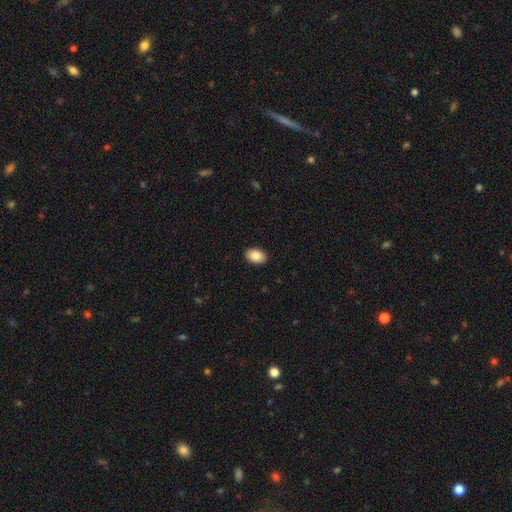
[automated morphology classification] Smooth or featured? Predicted: smooth (p=0.86). How rounded? Predicted: in between (p=0.87). Merging? Predicted: none (p=0.91).